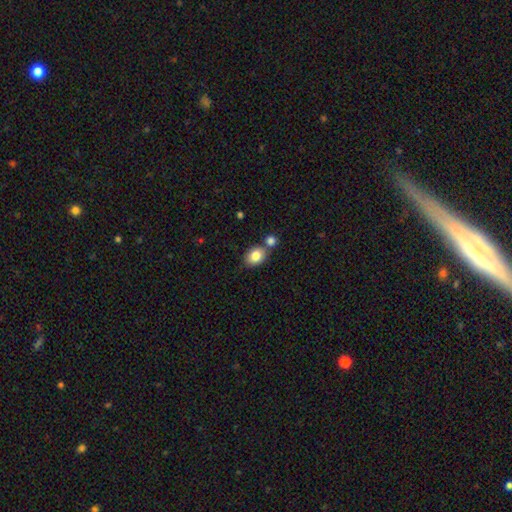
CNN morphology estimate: smooth_or_featured: smooth (p=0.83) [alt: featured or disk p=0.09]
how_rounded: in between (p=0.64) [alt: round p=0.35]
merging: none (p=0.59) [alt: merger p=0.27]